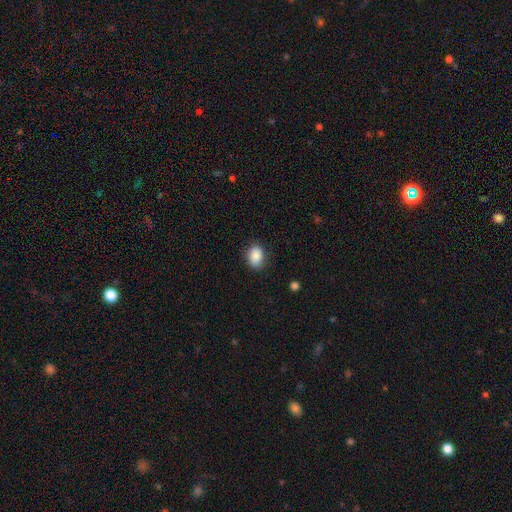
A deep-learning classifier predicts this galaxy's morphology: A smooth galaxy with no disk features (86%) that is in between round and cigar-shaped (60%).

Vote fractions:
- Smooth or featured? smooth: 86% / star or artifact: 8% / featured or disk: 6%
- How rounded? in between: 60% / round: 39% / cigar-shaped: 1%
- Merging? none: 83% / minor disturbance: 13% / major disturbance: 3% / merger: 1%